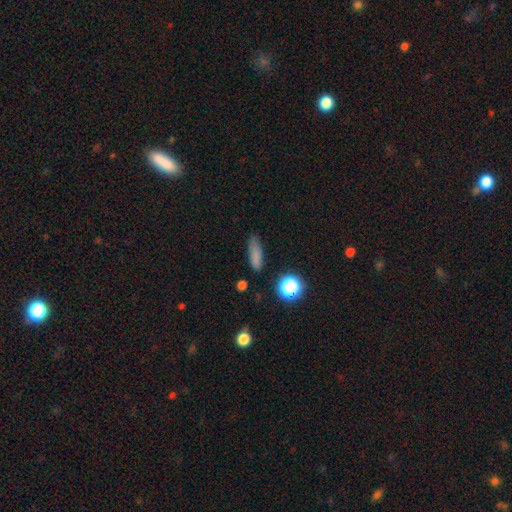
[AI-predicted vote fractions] smooth 78%, star or artifact 14%, featured or disk 8%. Down the decision tree: how rounded — cigar-shaped (49%); merging — none (75%).